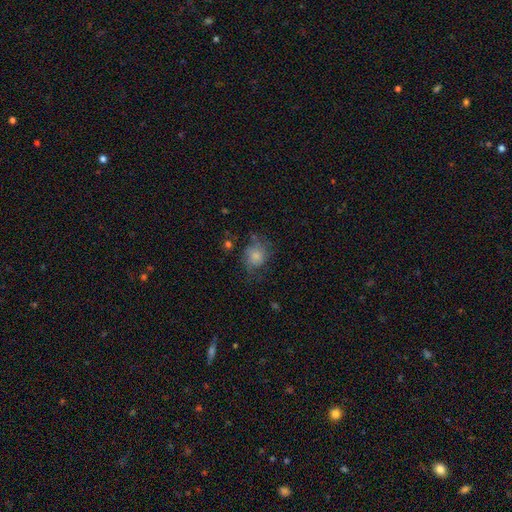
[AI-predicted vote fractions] smooth_or_featured: smooth (p=0.73) [alt: featured or disk p=0.18]
how_rounded: round (p=0.63) [alt: in between p=0.36]
merging: none (p=0.54) [alt: minor disturbance p=0.27]